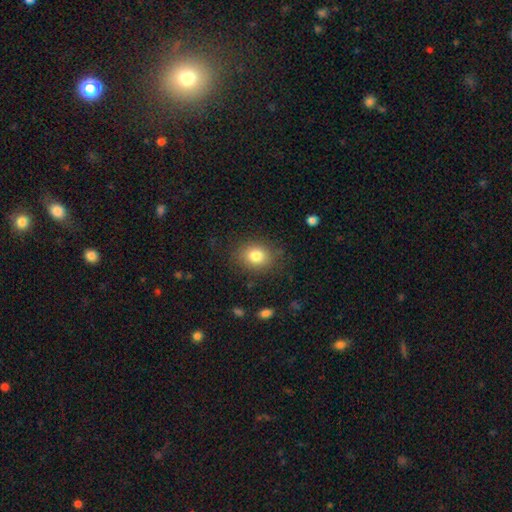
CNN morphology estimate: The model was most divided on "how rounded": round: 54%, in between: 45%, cigar-shaped: 1%. More confident: merging — none (82%); smooth or featured — smooth (81%).